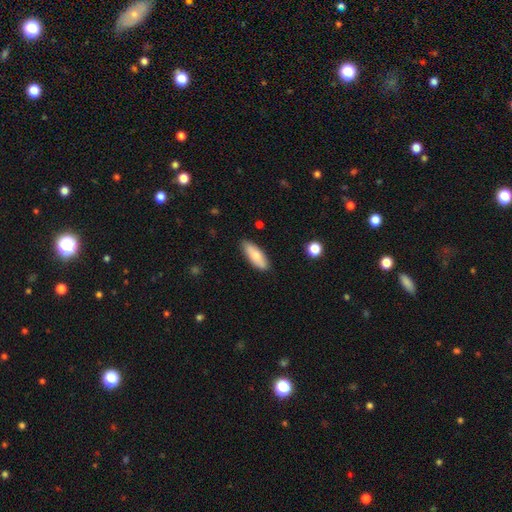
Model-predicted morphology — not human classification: smooth_or_featured: smooth (p=0.75) [alt: featured or disk p=0.19]
how_rounded: in between (p=0.68) [alt: cigar-shaped p=0.30]
merging: none (p=0.86) [alt: minor disturbance p=0.11]